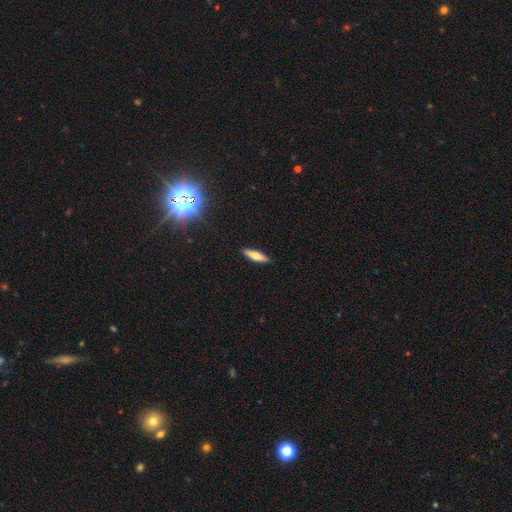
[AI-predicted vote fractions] This appears to be a smooth galaxy with no disk features (67%) that is cigar-shaped (73%). Merging: none (90%).